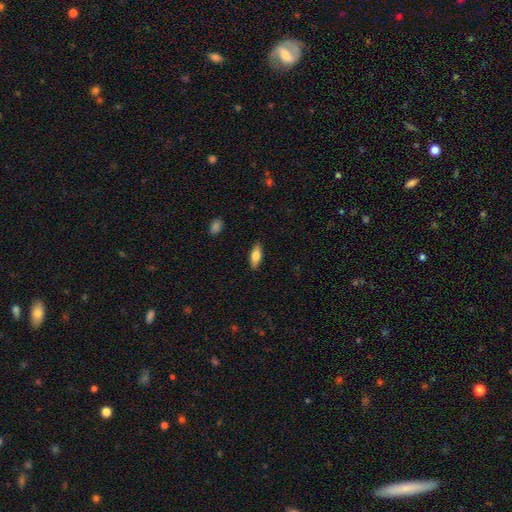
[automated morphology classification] Smooth or featured: smooth — 72% (featured or disk — 22%)
How rounded: in between — 73% (cigar-shaped — 25%)
Merging: none — 87% (minor disturbance — 10%)